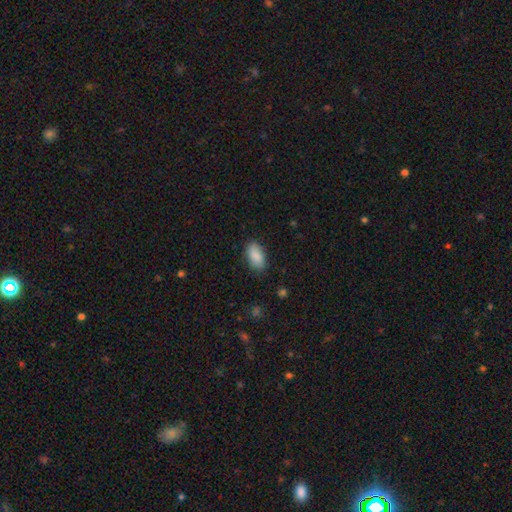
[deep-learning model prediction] Smooth or featured? smooth (88%)
How rounded? in between (93%)
Merging? none (83%)